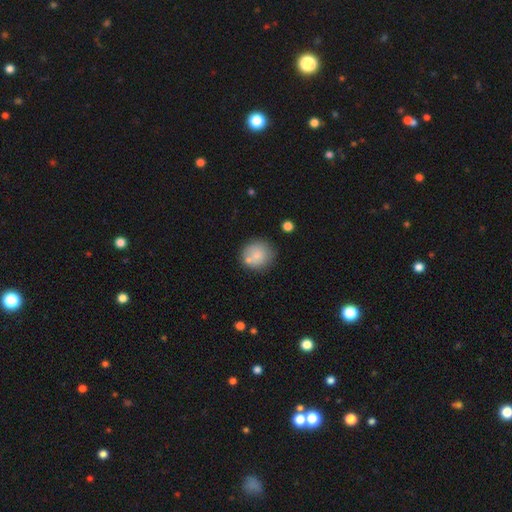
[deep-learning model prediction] smooth 77%, featured or disk 14%, star or artifact 8%. Down the decision tree: how rounded — round (87%); merging — none (66%).